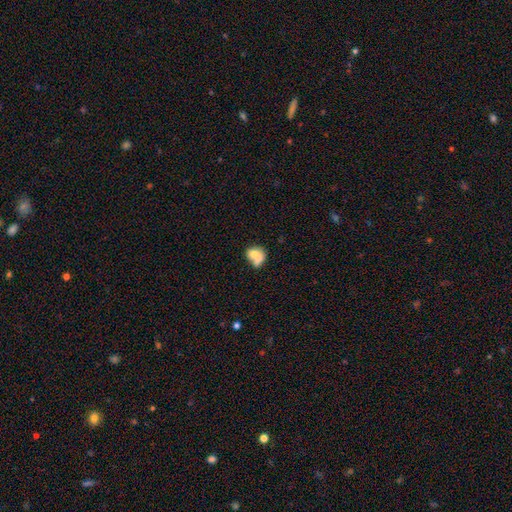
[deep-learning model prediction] This is likely a smooth galaxy (67%). How rounded: possibly in between (59%). Merging: possibly merger (47%).